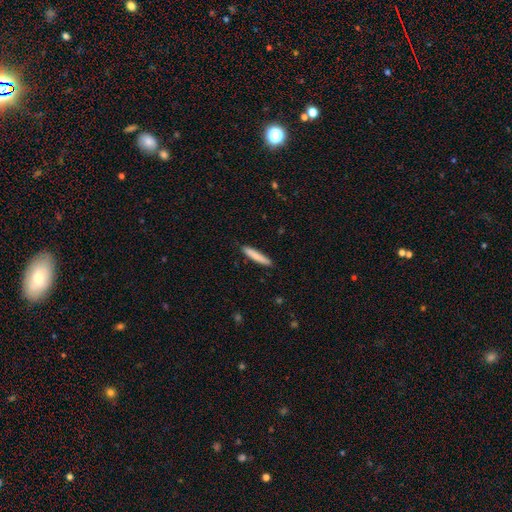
smooth-or-featured: smooth: 92% | star or artifact: 5% | featured or disk: 2%
  how-rounded: cigar-shaped: 92% | in between: 8% | round: 0%
  merging: none: 95% | minor disturbance: 5% | major disturbance: 0% | merger: 0%